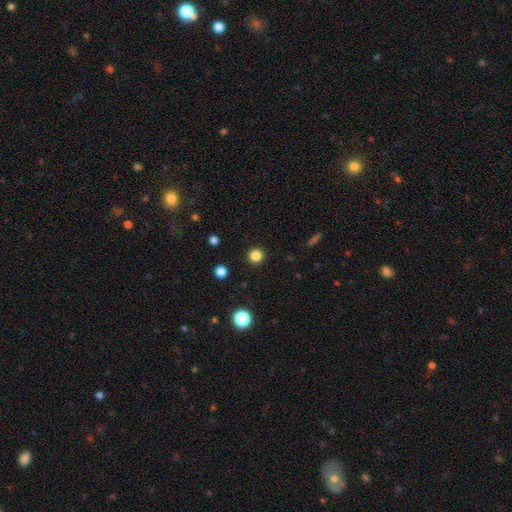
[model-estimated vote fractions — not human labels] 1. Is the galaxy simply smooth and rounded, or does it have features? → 83% smooth, 13% star or artifact, 4% featured or disk.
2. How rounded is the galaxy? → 95% round, 4% in between, 1% cigar-shaped.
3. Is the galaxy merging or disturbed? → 92% none, 5% minor disturbance, 2% major disturbance, 1% merger.